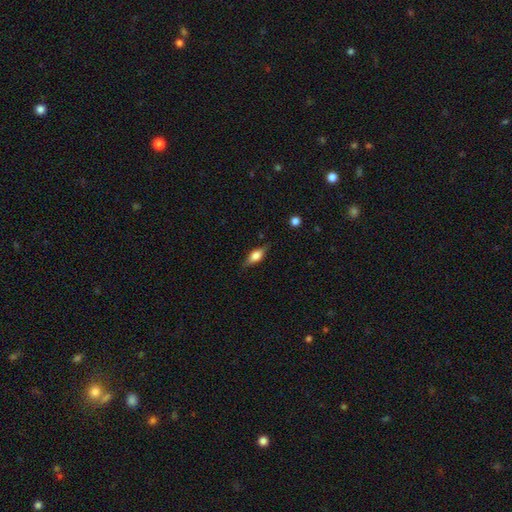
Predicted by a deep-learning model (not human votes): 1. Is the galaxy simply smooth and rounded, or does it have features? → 52% smooth, 40% featured or disk, 8% star or artifact.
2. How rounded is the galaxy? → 71% in between, 23% cigar-shaped, 6% round.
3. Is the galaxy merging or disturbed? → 80% none, 15% minor disturbance, 4% major disturbance, 1% merger.